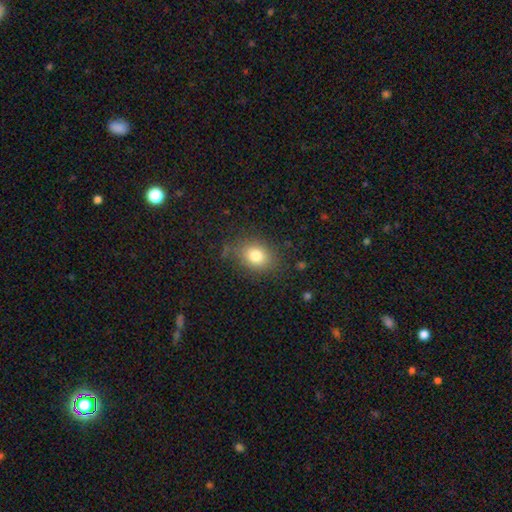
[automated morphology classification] Q: Smooth or featured?
A: smooth (79%); runner-up: star or artifact (11%)
Q: How rounded?
A: in between (57%); runner-up: round (42%)
Q: Merging?
A: none (78%); runner-up: minor disturbance (15%)